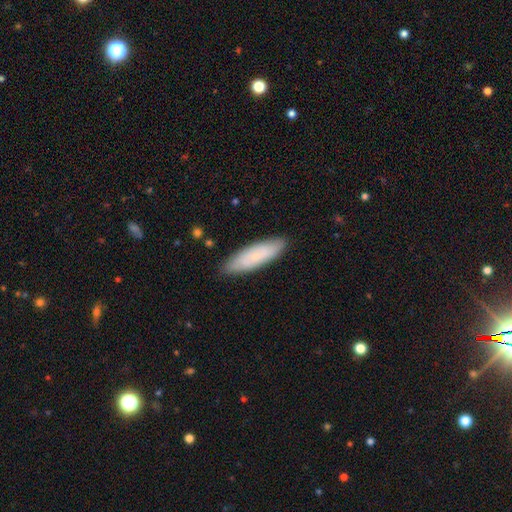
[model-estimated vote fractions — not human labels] Smooth or featured: smooth — 68% (featured or disk — 26%)
How rounded: cigar-shaped — 56% (in between — 42%)
Merging: none — 86% (minor disturbance — 11%)